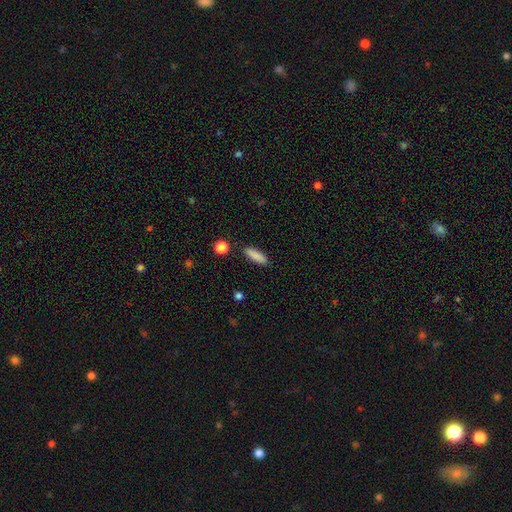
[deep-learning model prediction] This is clearly a smooth galaxy (87%). How rounded: possibly cigar-shaped (54%). Merging: clearly none (88%).